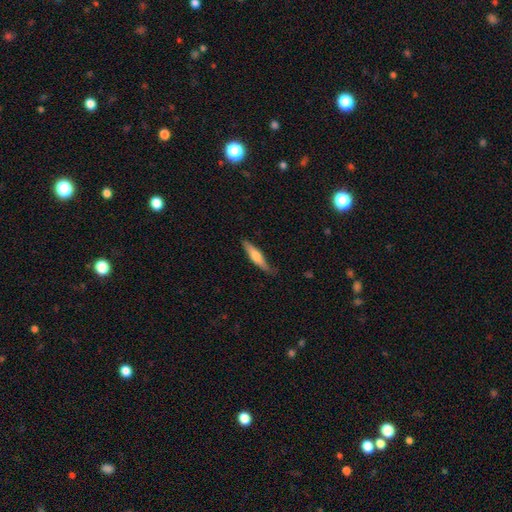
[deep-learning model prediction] The model was most divided on "smooth or featured": smooth: 57%, featured or disk: 38%, star or artifact: 5%. More confident: how rounded — cigar-shaped (82%); merging — none (78%).